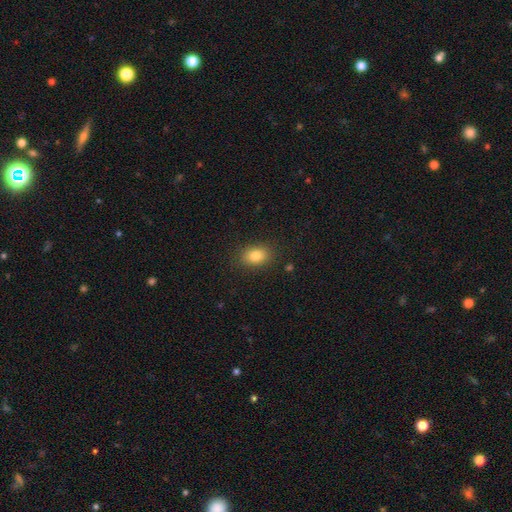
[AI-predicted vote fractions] This appears to be a smooth galaxy with no disk features (84%) that is in between round and cigar-shaped (78%). Merging: none (87%).